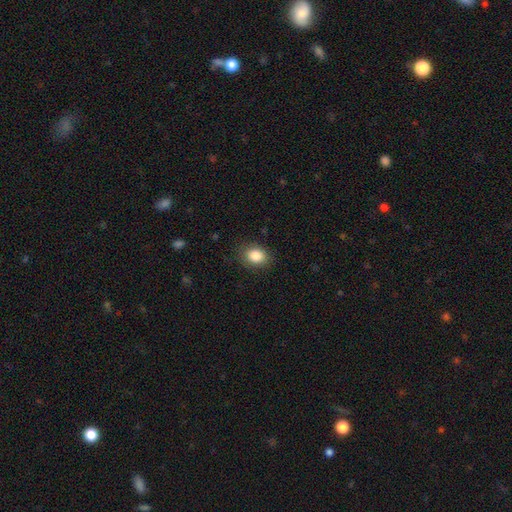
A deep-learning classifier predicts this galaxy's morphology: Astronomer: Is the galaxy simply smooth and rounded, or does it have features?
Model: smooth — 86%.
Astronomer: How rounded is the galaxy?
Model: in between — 63%.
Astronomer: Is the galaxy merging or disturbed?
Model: none — 85%.